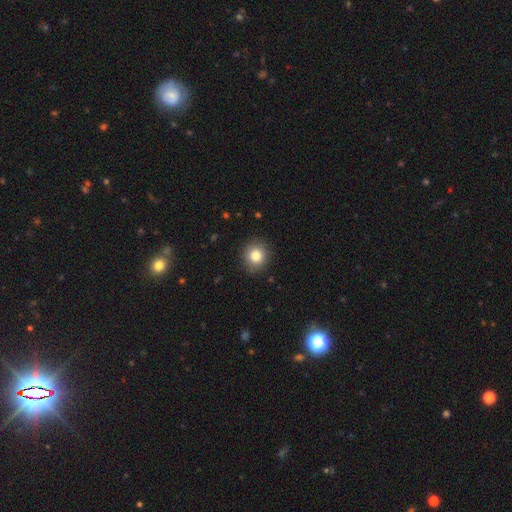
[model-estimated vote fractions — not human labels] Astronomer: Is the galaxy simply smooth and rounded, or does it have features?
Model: smooth — 82%.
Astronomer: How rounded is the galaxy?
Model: round — 89%.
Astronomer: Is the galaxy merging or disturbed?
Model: none — 90%.